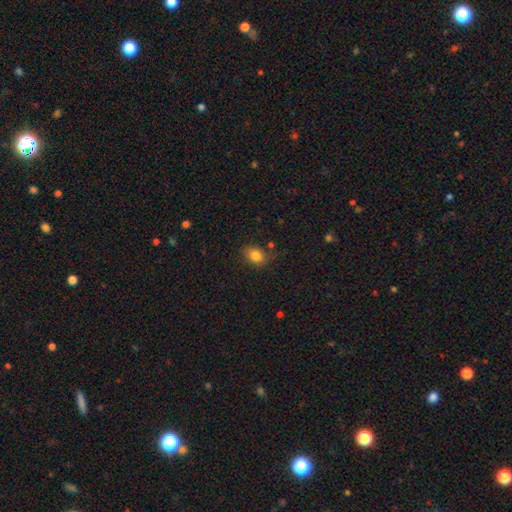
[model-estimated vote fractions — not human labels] Smooth or featured: smooth — 82% (star or artifact — 10%)
How rounded: in between — 70% (round — 28%)
Merging: none — 70% (minor disturbance — 20%)